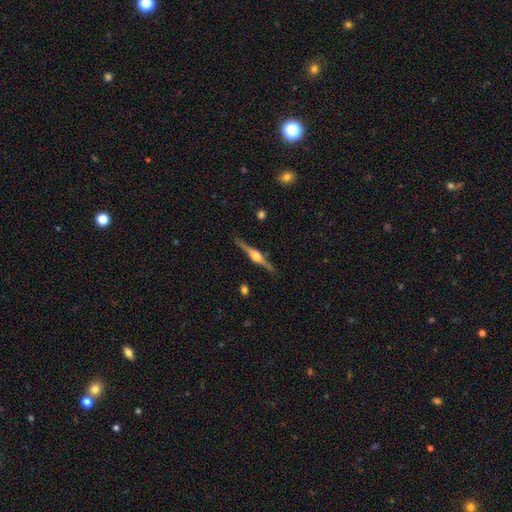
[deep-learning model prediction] featured or disk 84%, smooth 10%, star or artifact 5%. Down the decision tree: edge-on disk — yes (98%); edge-on bulge — rounded (93%); merging — none (90%).